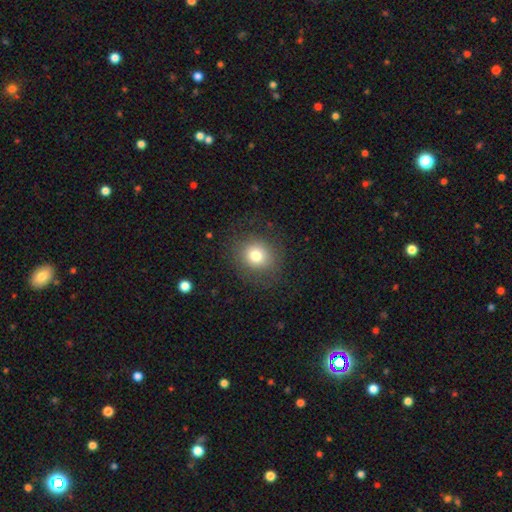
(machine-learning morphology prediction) A smooth galaxy with no disk features (77%) that is round (80%). Merging: none (82%).